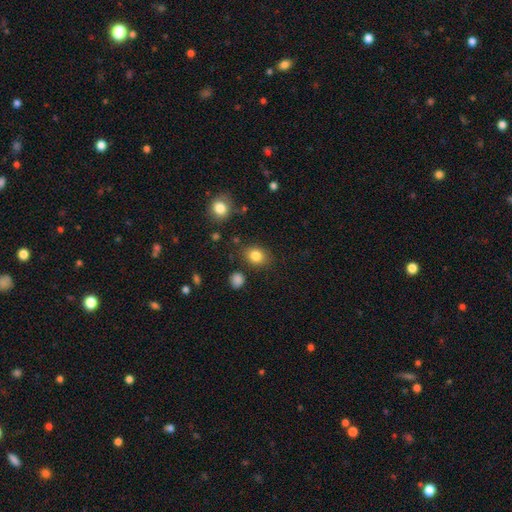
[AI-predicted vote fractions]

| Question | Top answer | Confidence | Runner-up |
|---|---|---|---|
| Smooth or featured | smooth | 83% | star or artifact (10%) |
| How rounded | round | 50% | in between (49%) |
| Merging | none | 83% | minor disturbance (11%) |